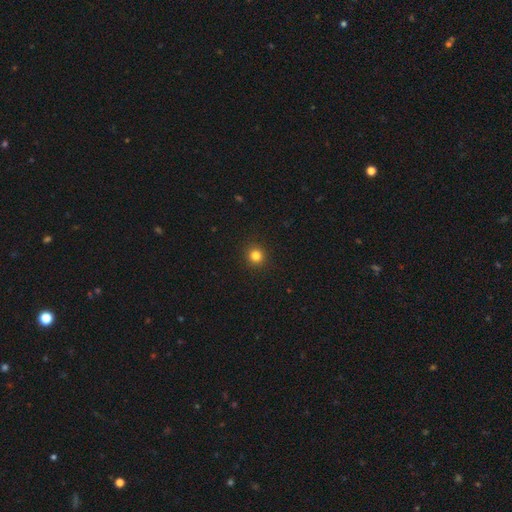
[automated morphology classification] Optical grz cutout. It shows a smooth galaxy with no disk features (82%) that is round (92%). Merging: none (92%).